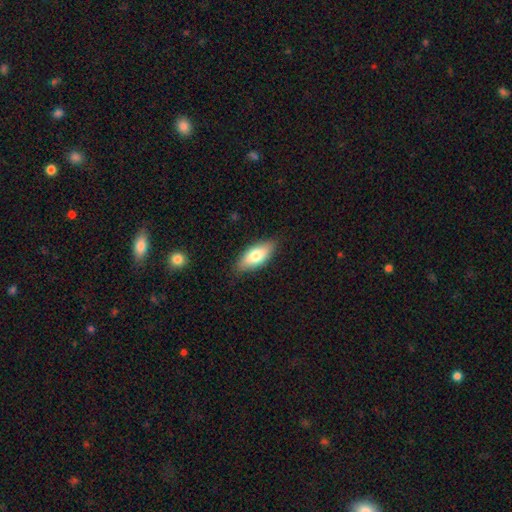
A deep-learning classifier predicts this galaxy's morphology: type=smooth (73%); roundness=in between (84%); merging=none (85%).